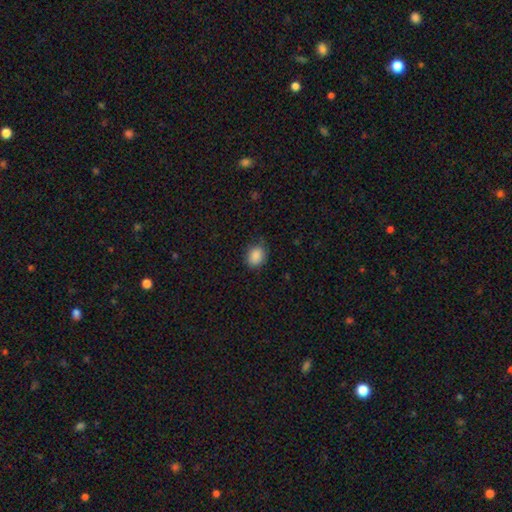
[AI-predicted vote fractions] This is clearly a smooth galaxy (88%). How rounded: possibly round (55%). Merging: likely none (78%).